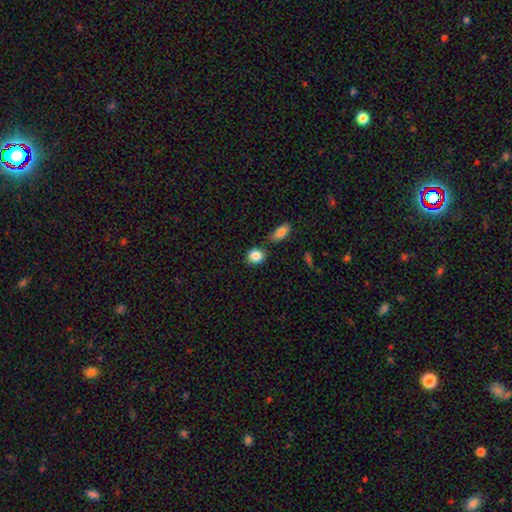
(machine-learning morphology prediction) Overall: smooth (86%). How rounded: round (70%). Merging: none (74%).